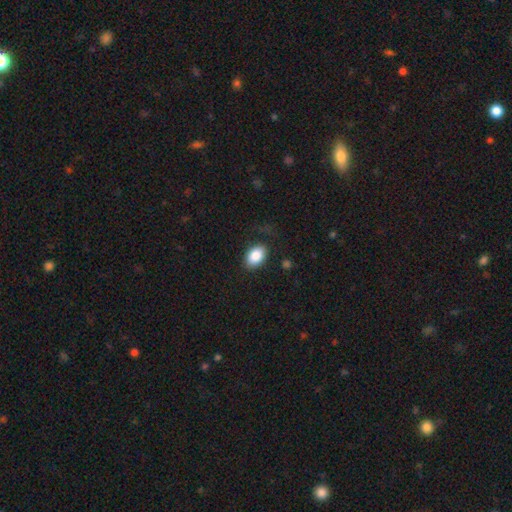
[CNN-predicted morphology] The model was most divided on "merging": none: 79%, minor disturbance: 13%, major disturbance: 6%, merger: 1%. More confident: how rounded — in between (88%); smooth or featured — smooth (86%).